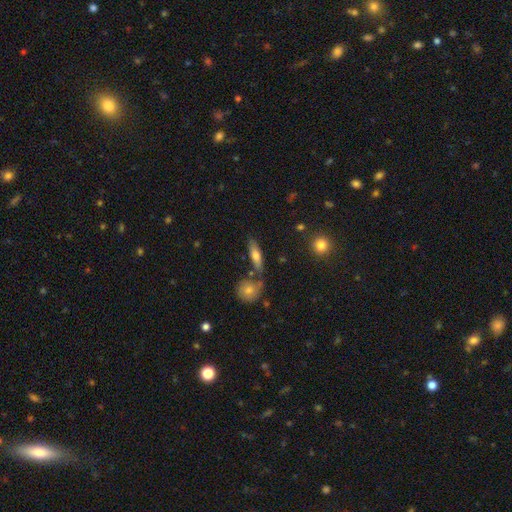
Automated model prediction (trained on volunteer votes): smooth-or-featured: smooth: 66% | featured or disk: 27% | star or artifact: 7%
  how-rounded: cigar-shaped: 53% | in between: 43% | round: 4%
  merging: none: 71% | minor disturbance: 14% | merger: 12% | major disturbance: 4%